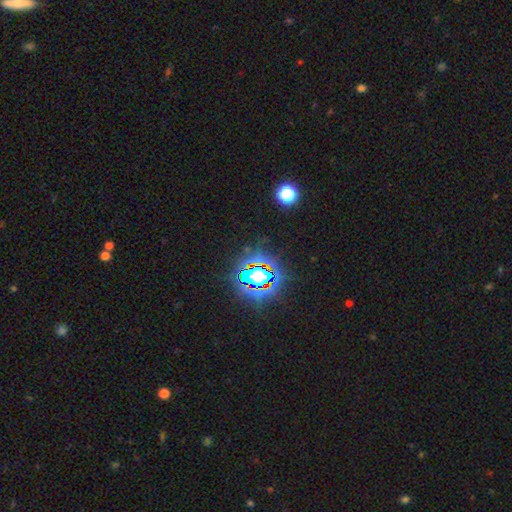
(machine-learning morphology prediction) star or artifact 82%, smooth 11%, featured or disk 7%.